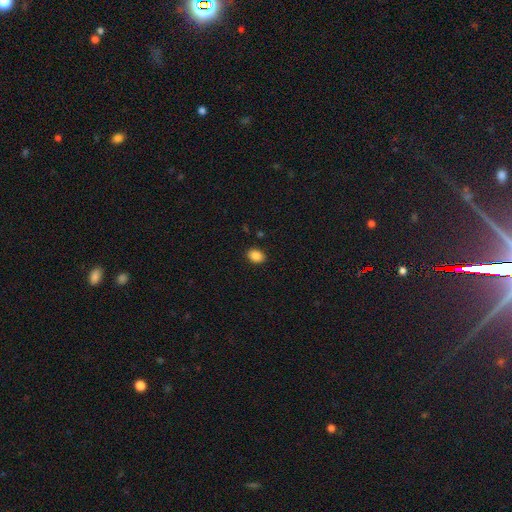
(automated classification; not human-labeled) smooth-or-featured: smooth: 88% | star or artifact: 9% | featured or disk: 4%
  how-rounded: in between: 71% | round: 28% | cigar-shaped: 1%
  merging: none: 89% | minor disturbance: 8% | major disturbance: 2% | merger: 1%